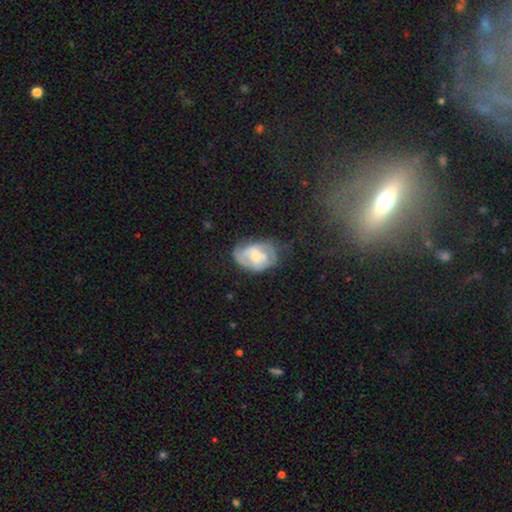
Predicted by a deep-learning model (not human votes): Overall: featured or disk (58%; smooth 35%). Edge-on disk: no (95%). Bar: no (53%; weak 37%). Spiral arms: yes (60%; no 40%). Bulge size: moderate (60%; small 31%). Merging: none (51%; minor disturbance 32%).